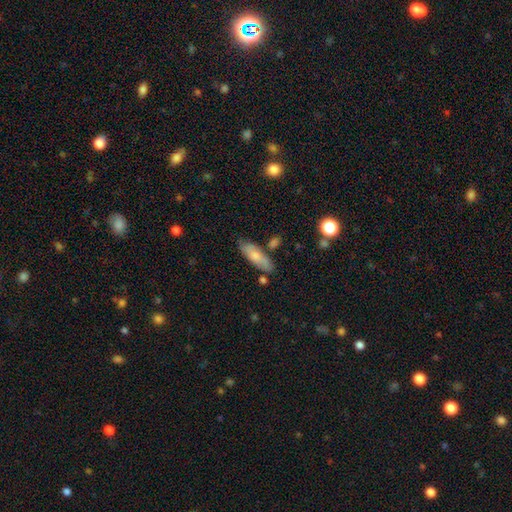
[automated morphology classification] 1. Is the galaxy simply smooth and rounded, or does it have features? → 70% smooth, 24% featured or disk, 6% star or artifact.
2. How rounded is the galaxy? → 56% in between, 42% cigar-shaped, 2% round.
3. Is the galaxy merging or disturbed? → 74% none, 16% minor disturbance, 7% merger, 4% major disturbance.